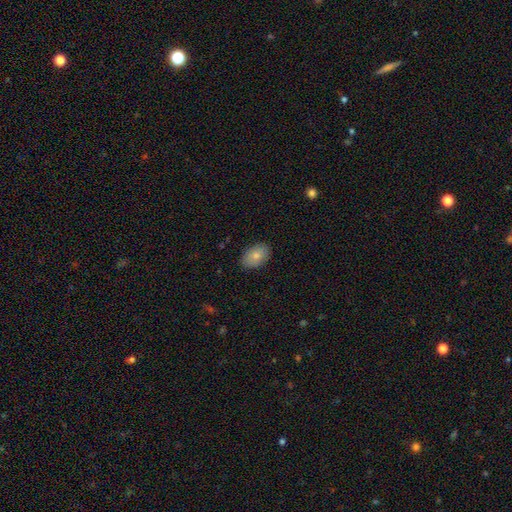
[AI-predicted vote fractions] Morphology: type=smooth (80%); roundness=in between (88%); merging=none (87%).